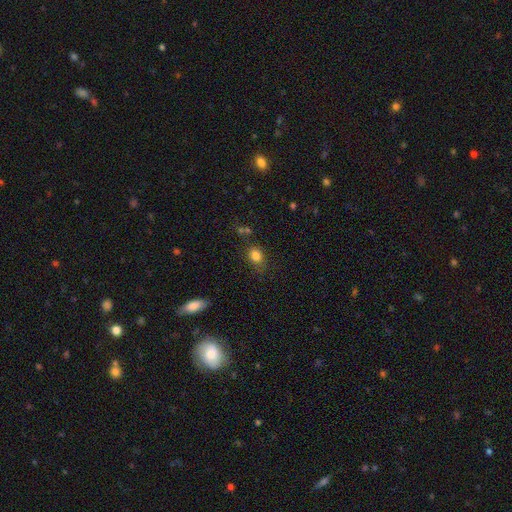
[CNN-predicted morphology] Smooth or featured: smooth — 82% (star or artifact — 11%)
How rounded: in between — 58% (round — 40%)
Merging: none — 72% (minor disturbance — 18%)